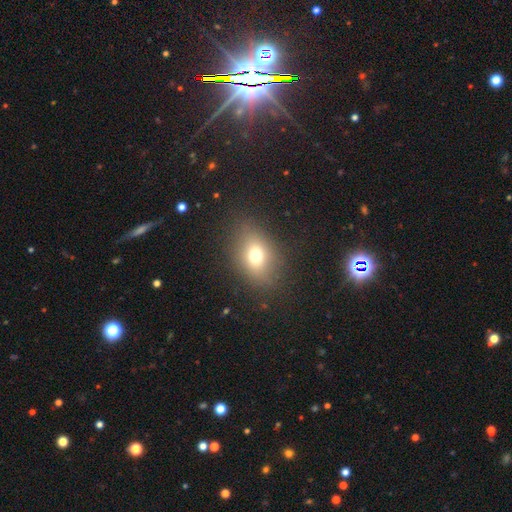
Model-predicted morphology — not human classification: smooth 70%, featured or disk 15%, star or artifact 15%. Down the decision tree: how rounded — in between (63%); merging — none (82%).